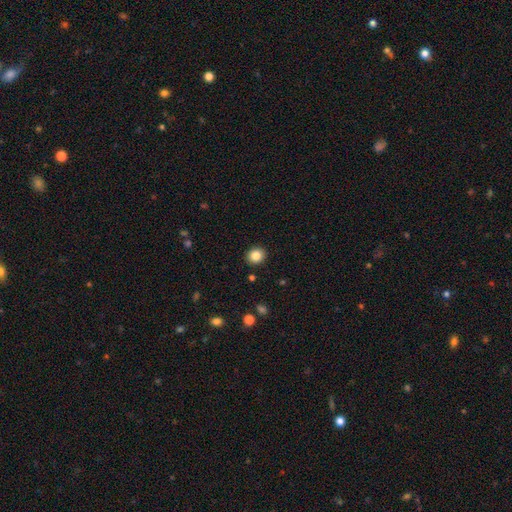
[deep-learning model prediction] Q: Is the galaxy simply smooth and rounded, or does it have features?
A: smooth — 85%.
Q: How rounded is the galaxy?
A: round — 73%.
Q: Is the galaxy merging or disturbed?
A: none — 91%.